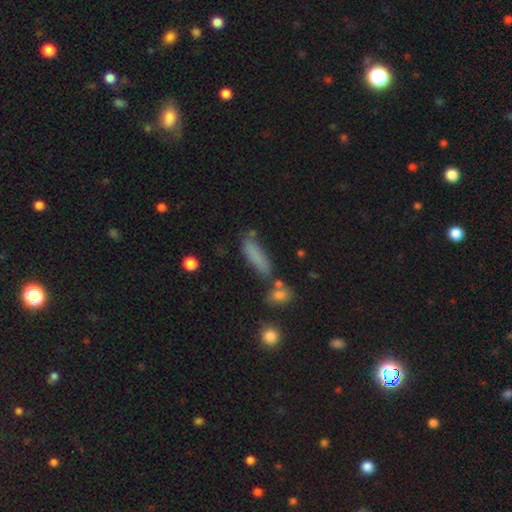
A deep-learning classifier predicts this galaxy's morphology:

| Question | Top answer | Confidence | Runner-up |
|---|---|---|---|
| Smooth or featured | smooth | 80% | featured or disk (10%) |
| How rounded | cigar-shaped | 68% | in between (29%) |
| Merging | none | 70% | minor disturbance (16%) |